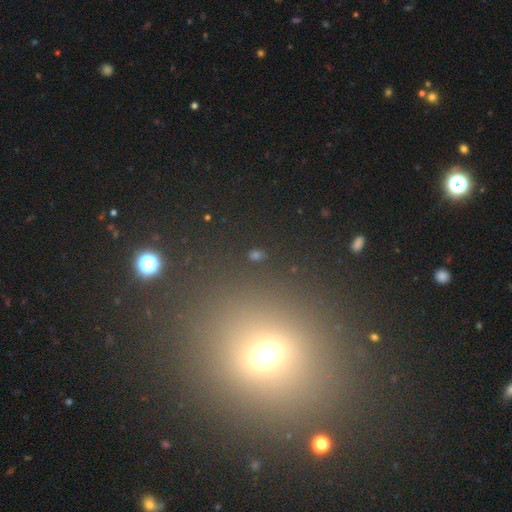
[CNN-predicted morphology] Smooth or featured?
  - smooth: 49% *
  - star or artifact: 39%
  - featured or disk: 11%
Merging?
  - none: 85% *
  - minor disturbance: 7%
  - major disturbance: 4%
  - merger: 4%